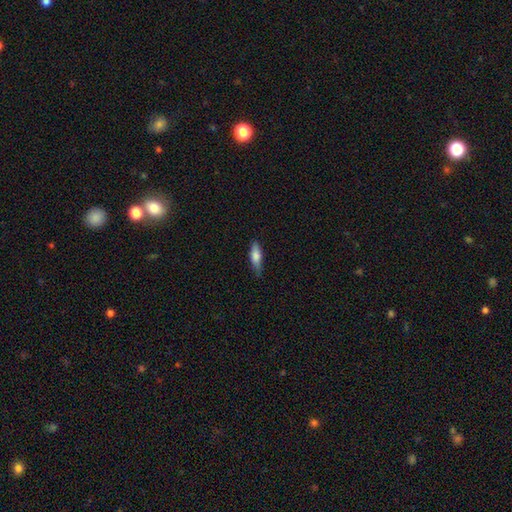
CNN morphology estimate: smooth-or-featured: smooth: 74% | featured or disk: 20% | star or artifact: 6%
  how-rounded: cigar-shaped: 50% | in between: 48% | round: 2%
  merging: none: 73% | minor disturbance: 22% | major disturbance: 4% | merger: 1%